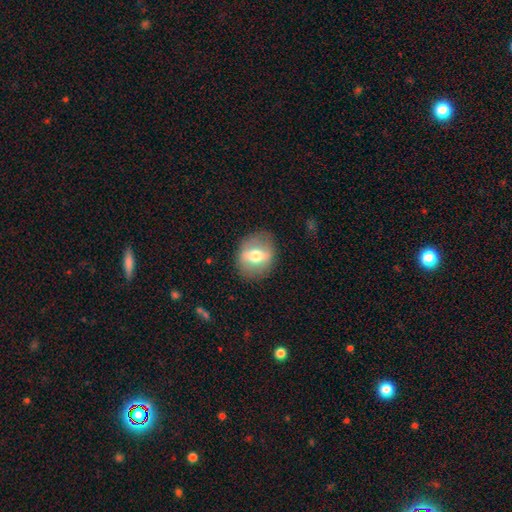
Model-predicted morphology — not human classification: Overall: featured or disk (48%; smooth 44%). Merging: none (84%).